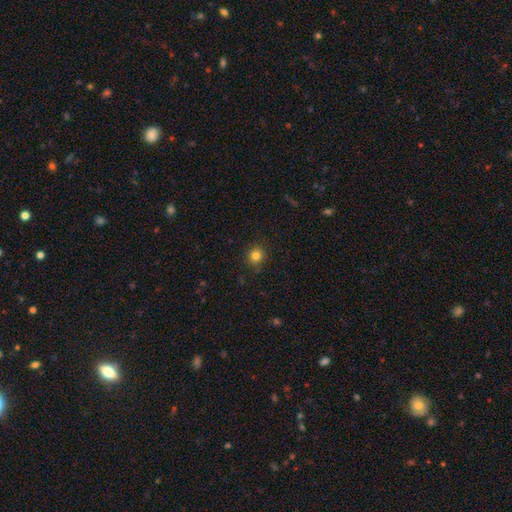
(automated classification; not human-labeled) The model was most divided on "smooth or featured": smooth: 83%, star or artifact: 12%, featured or disk: 5%. More confident: how rounded — round (90%); merging — none (90%).